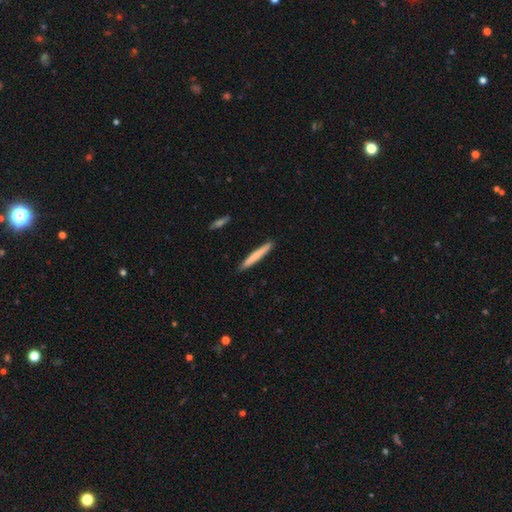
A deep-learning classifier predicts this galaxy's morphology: type=smooth (72%); roundness=cigar-shaped (96%); merging=none (91%).